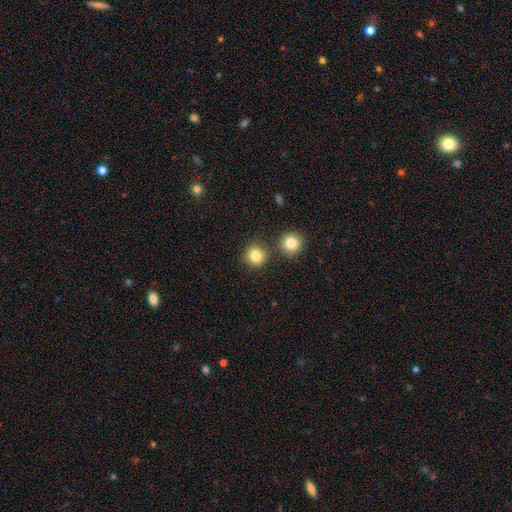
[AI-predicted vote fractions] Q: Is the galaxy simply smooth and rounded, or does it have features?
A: smooth — 83%.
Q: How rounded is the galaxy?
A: round — 92%.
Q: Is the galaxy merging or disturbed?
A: none — 79%.